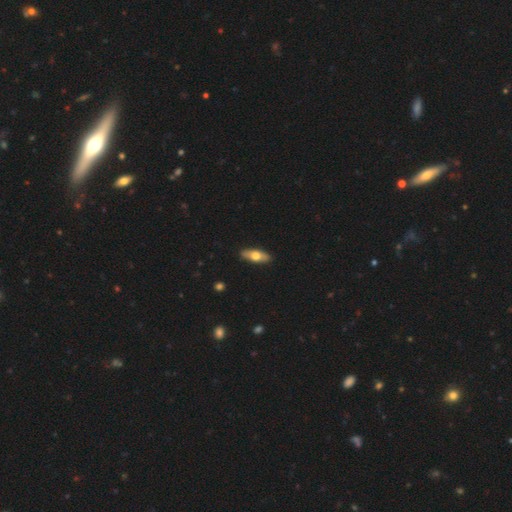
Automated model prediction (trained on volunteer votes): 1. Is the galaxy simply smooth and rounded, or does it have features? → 58% smooth, 36% featured or disk, 5% star or artifact.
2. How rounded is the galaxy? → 66% in between, 30% cigar-shaped, 3% round.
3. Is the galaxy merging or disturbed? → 90% none, 8% minor disturbance, 2% major disturbance, 1% merger.